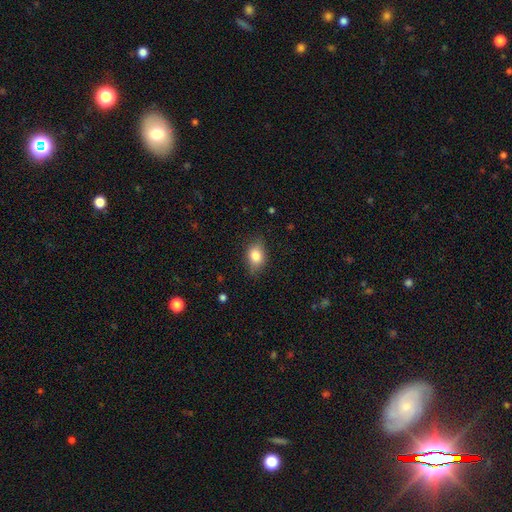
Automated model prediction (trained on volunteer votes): smooth_or_featured: smooth (p=0.81) [alt: featured or disk p=0.11]
how_rounded: in between (p=0.78) [alt: round p=0.20]
merging: none (p=0.78) [alt: minor disturbance p=0.17]